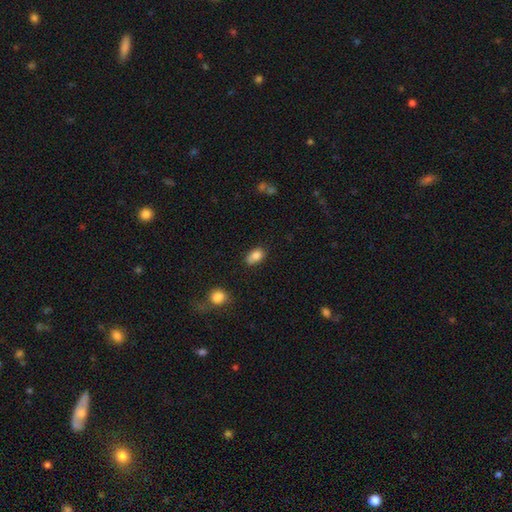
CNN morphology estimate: A smooth galaxy with no disk features (84%) that is in between round and cigar-shaped (84%). Merging: none (63%).